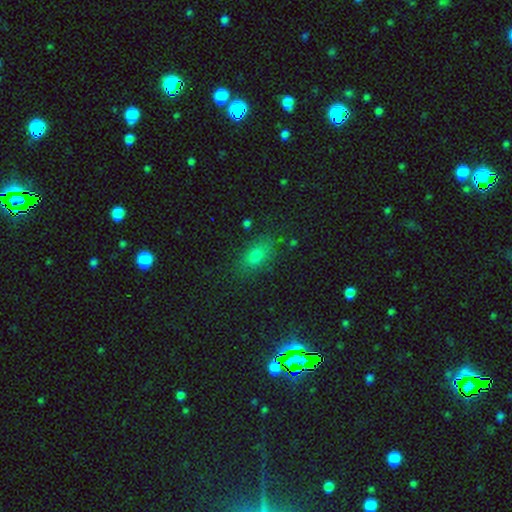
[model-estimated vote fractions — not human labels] Smooth or featured? smooth (71%)
How rounded? in between (79%)
Merging? none (78%)